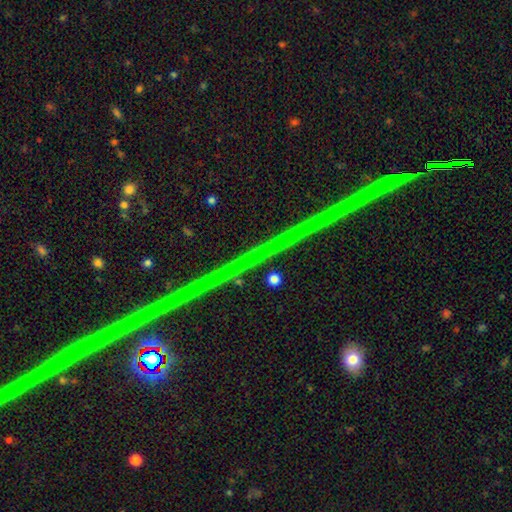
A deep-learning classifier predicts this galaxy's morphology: The model was most divided on "smooth or featured": star or artifact: 71%, featured or disk: 15%, smooth: 14%.